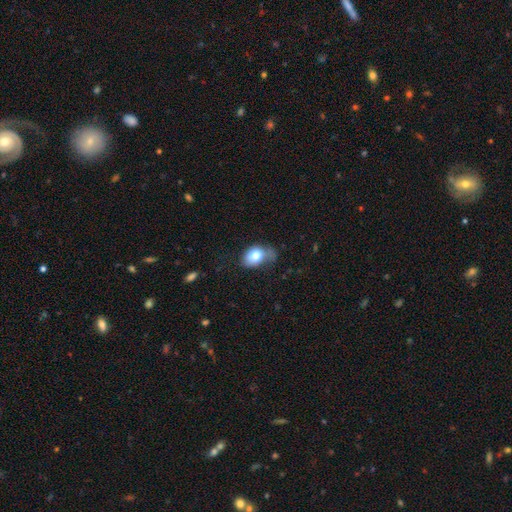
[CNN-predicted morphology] A smooth galaxy with no disk features (76%) that is in between round and cigar-shaped (76%). Merging: minor disturbance (39%).